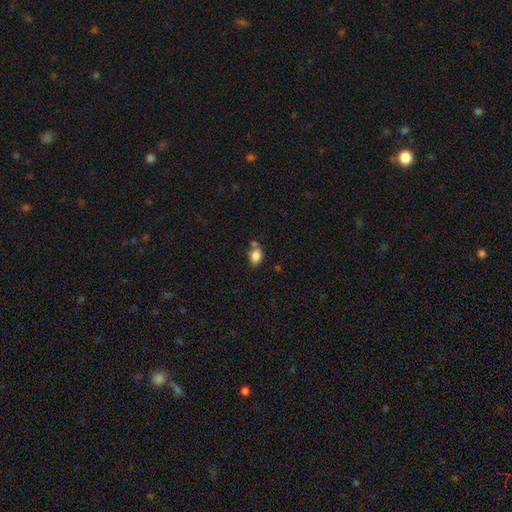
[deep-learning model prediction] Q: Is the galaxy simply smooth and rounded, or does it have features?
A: smooth — 84%.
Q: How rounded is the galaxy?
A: in between — 79%.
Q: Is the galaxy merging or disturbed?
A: none — 59%.